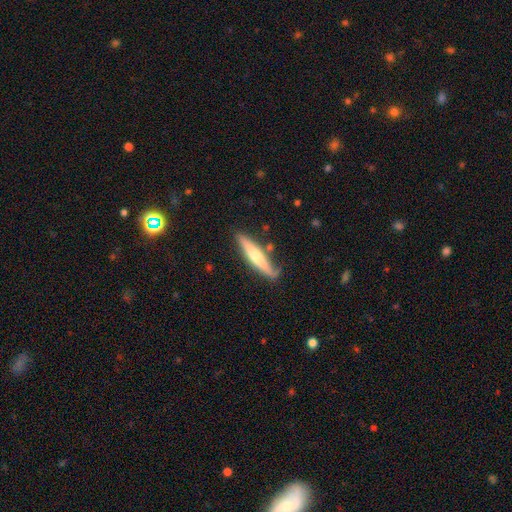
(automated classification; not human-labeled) featured or disk 50%, smooth 44%, star or artifact 6%. Down the decision tree: merging — none (77%).